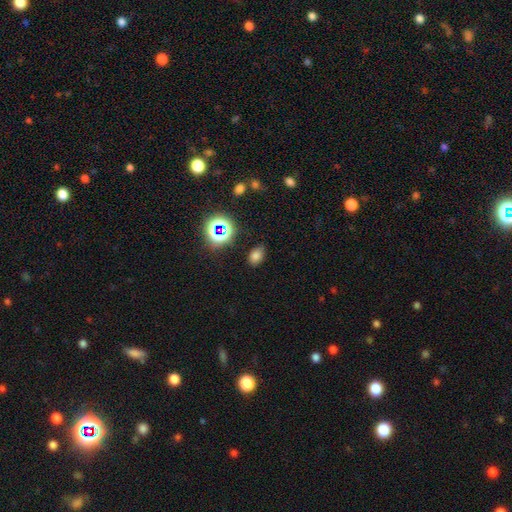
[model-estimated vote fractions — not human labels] Smooth or featured: smooth — 72% (star or artifact — 21%)
How rounded: in between — 81% (round — 18%)
Merging: none — 81% (minor disturbance — 13%)